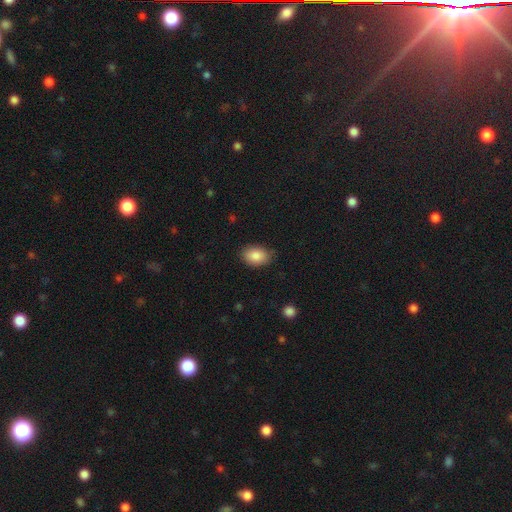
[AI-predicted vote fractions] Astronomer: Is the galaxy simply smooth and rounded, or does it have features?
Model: smooth — 87%.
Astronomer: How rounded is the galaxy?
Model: in between — 81%.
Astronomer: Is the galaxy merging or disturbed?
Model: none — 81%.